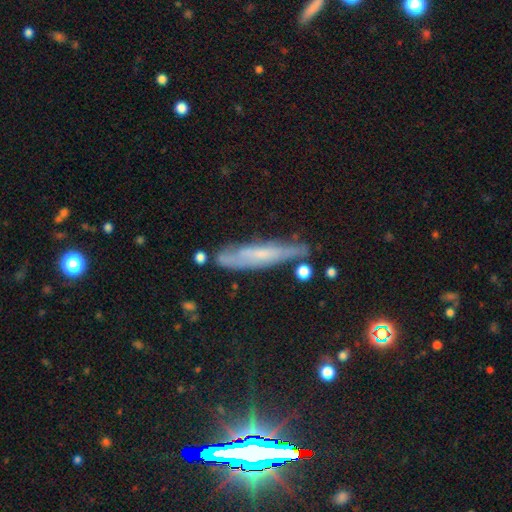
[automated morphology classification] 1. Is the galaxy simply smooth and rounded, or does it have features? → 49% featured or disk, 29% smooth, 23% star or artifact.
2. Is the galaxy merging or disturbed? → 73% none, 18% minor disturbance, 5% major disturbance, 4% merger.